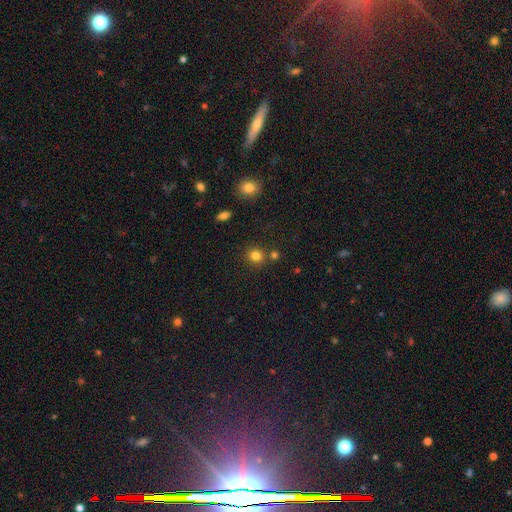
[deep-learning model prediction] smooth 80%, star or artifact 14%, featured or disk 6%. Down the decision tree: how rounded — round (82%); merging — none (77%).